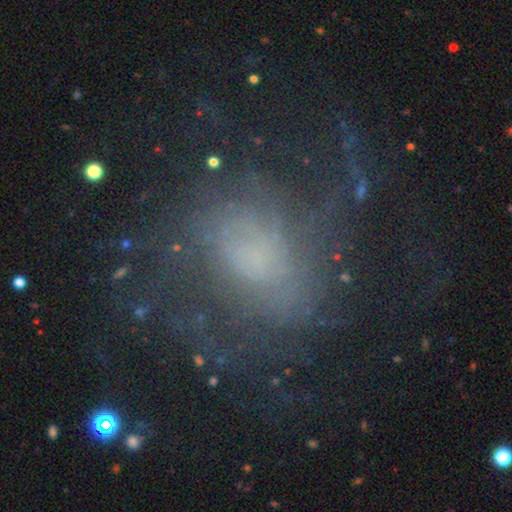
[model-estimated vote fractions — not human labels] This appears to be a featured or disk galaxy (68%) with no bar (66%), medium (41%) spiral arms (82%) and a small central bulge (31%). Merging: none (59%).